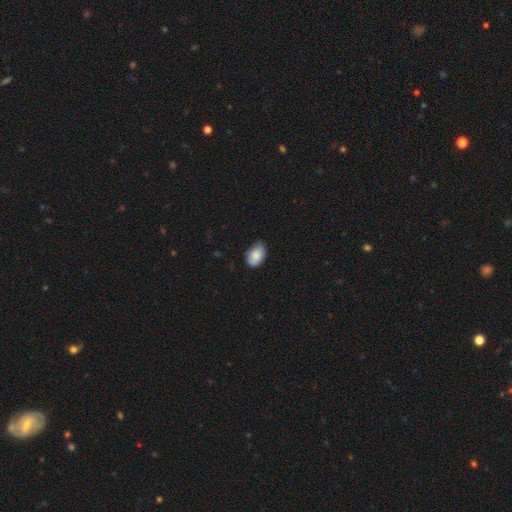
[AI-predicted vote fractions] The model was most divided on "merging": none: 67%, minor disturbance: 29%, major disturbance: 4%, merger: 1%. More confident: how rounded — in between (88%); smooth or featured — smooth (83%).